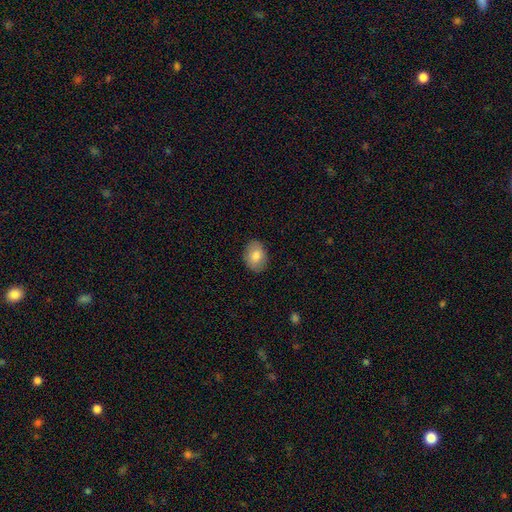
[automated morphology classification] This is clearly a smooth galaxy (82%). How rounded: likely in between (77%). Merging: clearly none (86%).